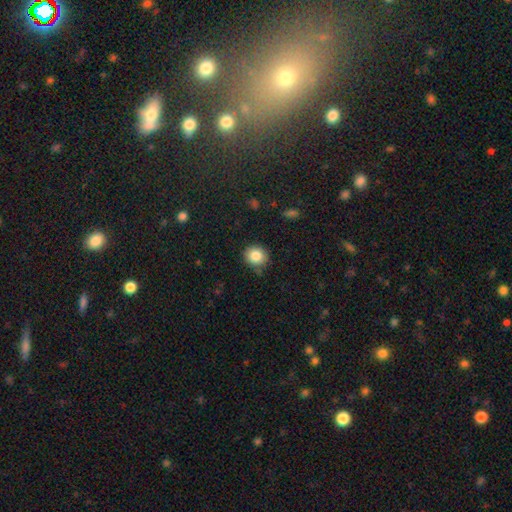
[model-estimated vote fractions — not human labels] This is clearly a smooth galaxy (84%). How rounded: clearly round (84%). Merging: clearly none (84%).